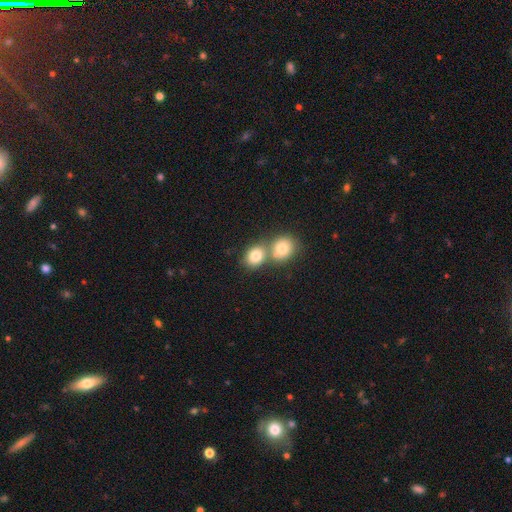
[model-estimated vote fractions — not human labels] Smooth or featured?
  - smooth: 80% *
  - featured or disk: 10%
  - star or artifact: 10%
How rounded?
  - round: 56% *
  - in between: 43%
  - cigar-shaped: 1%
Merging?
  - merger: 51% *
  - none: 39%
  - minor disturbance: 8%
  - major disturbance: 3%